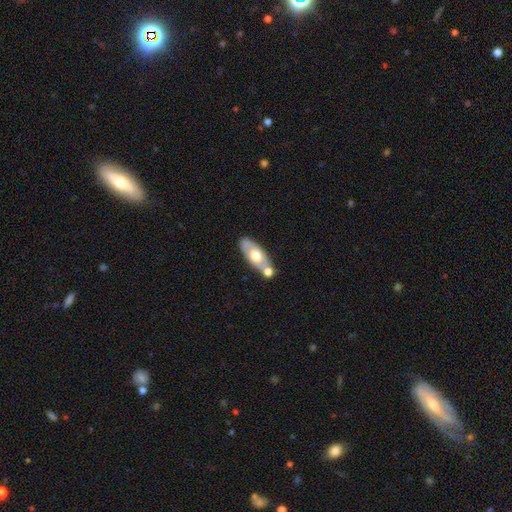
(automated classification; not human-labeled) smooth 48%, featured or disk 47%, star or artifact 6%. Down the decision tree: merging — none (53%).